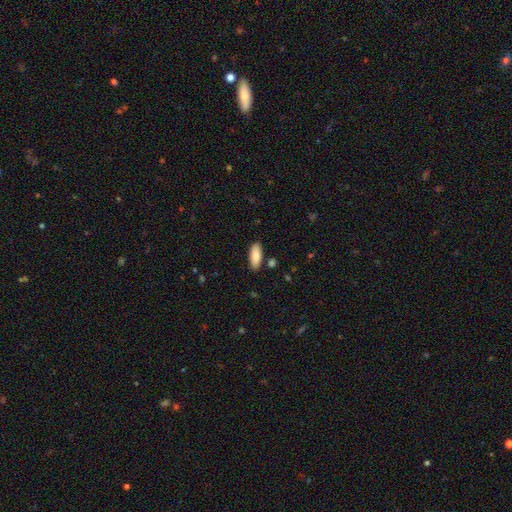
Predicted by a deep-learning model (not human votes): Morphology: type=smooth (87%); roundness=in between (79%); merging=none (86%).